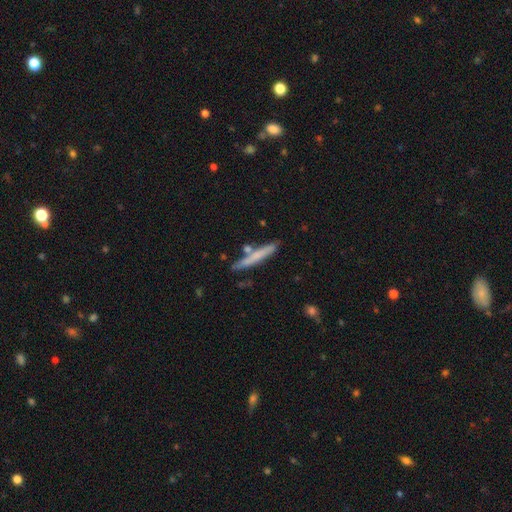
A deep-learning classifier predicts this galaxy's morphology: Smooth or featured: smooth — 59% (featured or disk — 35%)
How rounded: cigar-shaped — 94% (in between — 4%)
Merging: none — 77% (minor disturbance — 12%)